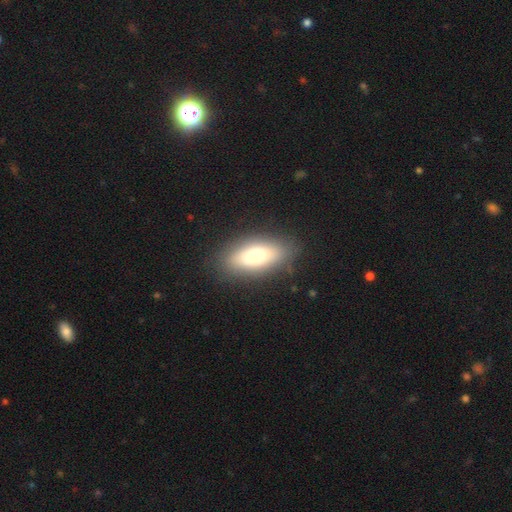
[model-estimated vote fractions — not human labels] This is likely a smooth galaxy (70%). How rounded: likely in between (77%). Merging: clearly none (86%).